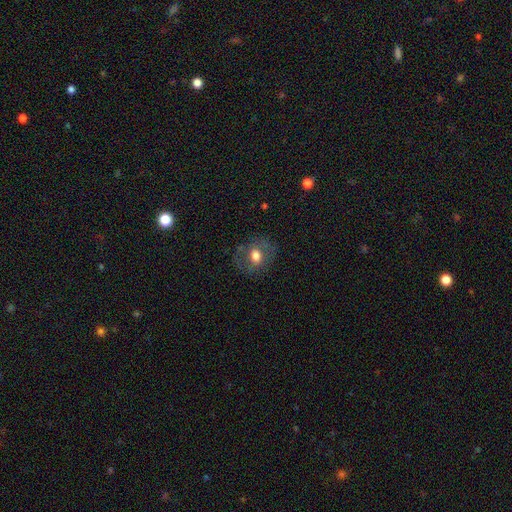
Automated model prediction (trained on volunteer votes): smooth 63%, featured or disk 27%, star or artifact 10%. Down the decision tree: how rounded — round (57%); merging — none (75%).